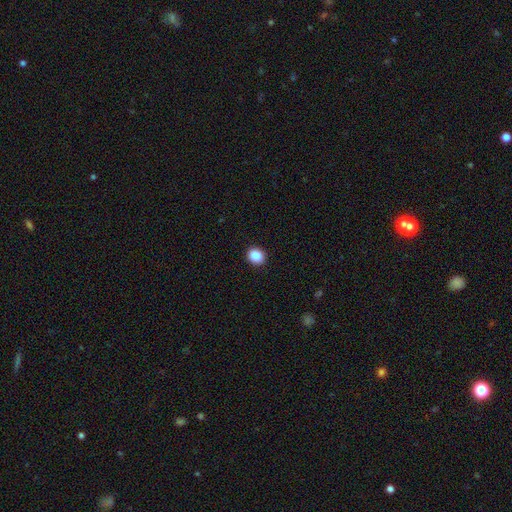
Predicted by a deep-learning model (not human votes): smooth_or_featured: smooth (p=0.88) [alt: star or artifact p=0.09]
how_rounded: round (p=0.70) [alt: in between p=0.29]
merging: none (p=0.92) [alt: minor disturbance p=0.06]